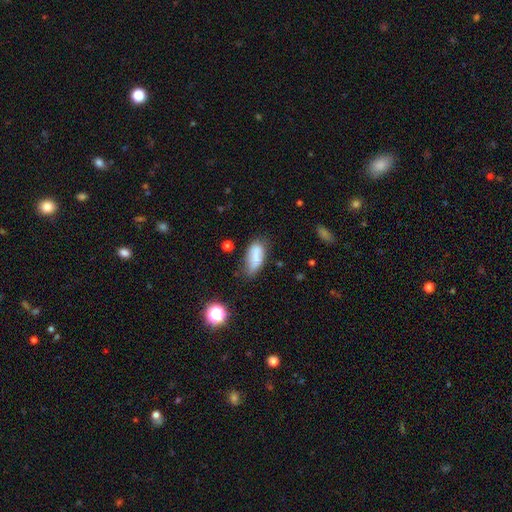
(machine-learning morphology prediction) Smooth or featured? Predicted: smooth (p=0.73). How rounded? Predicted: in between (p=0.82). Merging? Predicted: none (p=0.50).